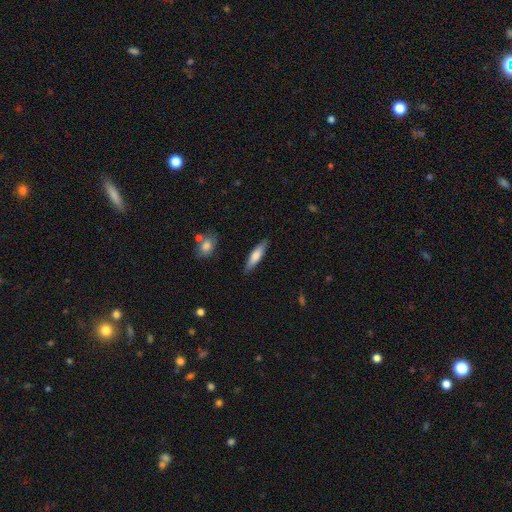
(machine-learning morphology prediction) A smooth galaxy with no disk features (68%) that is cigar-shaped (71%).

Vote fractions:
- Smooth or featured? smooth: 68% / featured or disk: 26% / star or artifact: 6%
- How rounded? cigar-shaped: 71% / in between: 27% / round: 2%
- Merging? none: 86% / minor disturbance: 10% / major disturbance: 2% / merger: 2%